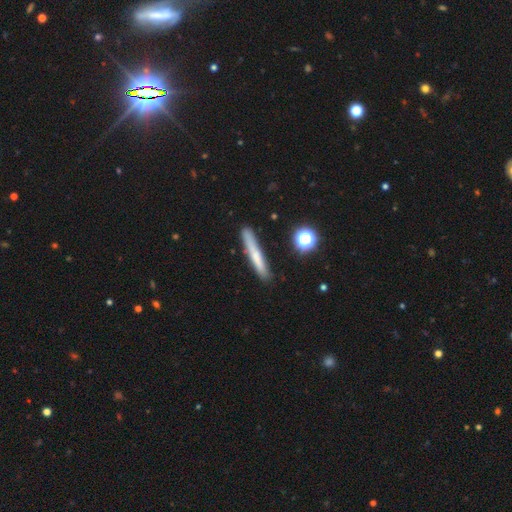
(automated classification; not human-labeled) Overall: smooth (61%; featured or disk 29%). How rounded: cigar-shaped (93%). Merging: none (82%).